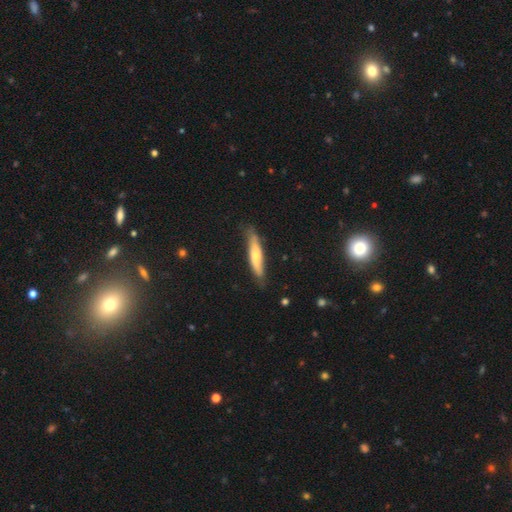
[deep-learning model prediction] Q: Smooth or featured?
A: smooth (60%); runner-up: featured or disk (35%)
Q: How rounded?
A: cigar-shaped (82%); runner-up: in between (16%)
Q: Merging?
A: none (74%); runner-up: minor disturbance (21%)